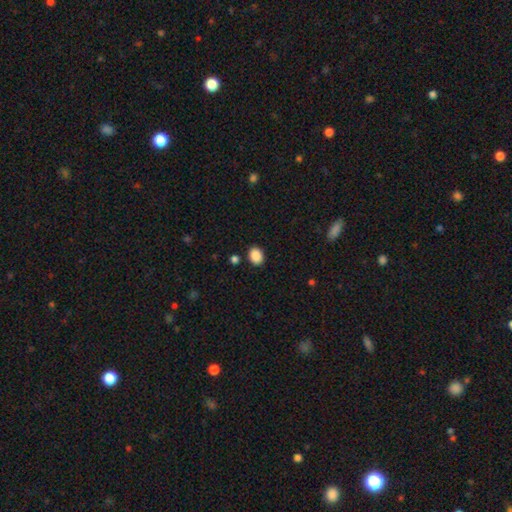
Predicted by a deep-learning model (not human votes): smooth-or-featured: smooth: 89% | star or artifact: 9% | featured or disk: 3%
  how-rounded: in between: 60% | round: 39% | cigar-shaped: 1%
  merging: none: 86% | minor disturbance: 9% | major disturbance: 2% | merger: 2%